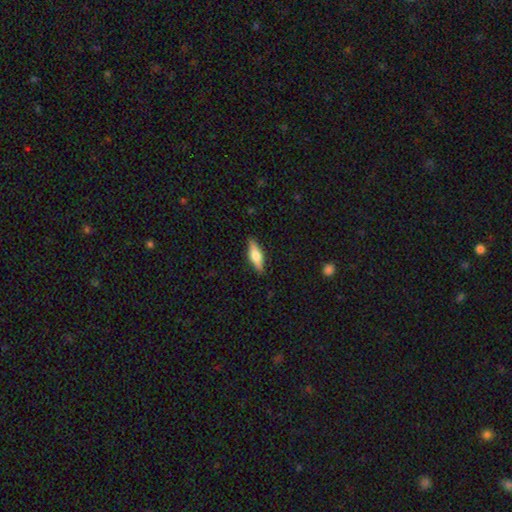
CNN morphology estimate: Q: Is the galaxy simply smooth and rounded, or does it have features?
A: smooth — 54%.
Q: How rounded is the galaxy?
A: cigar-shaped — 49%.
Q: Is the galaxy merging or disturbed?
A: none — 87%.